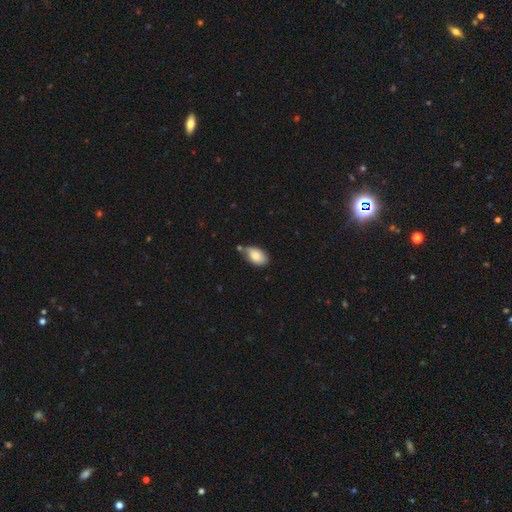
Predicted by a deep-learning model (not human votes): smooth 81%, featured or disk 12%, star or artifact 7%. Down the decision tree: how rounded — in between (92%); merging — none (51%).